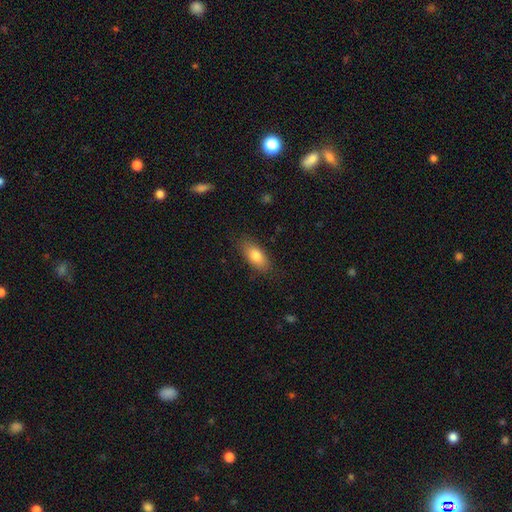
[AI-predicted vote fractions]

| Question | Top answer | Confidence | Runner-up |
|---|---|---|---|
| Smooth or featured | smooth | 80% | featured or disk (13%) |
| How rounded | in between | 87% | cigar-shaped (10%) |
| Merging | none | 82% | minor disturbance (13%) |